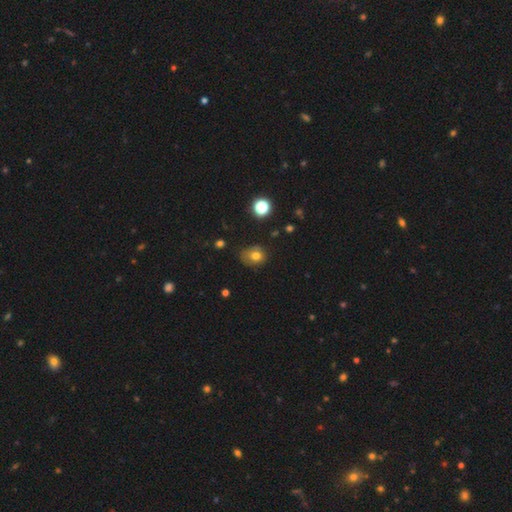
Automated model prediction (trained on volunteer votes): smooth 73%, star or artifact 14%, featured or disk 13%. Down the decision tree: how rounded — round (54%); merging — none (56%).